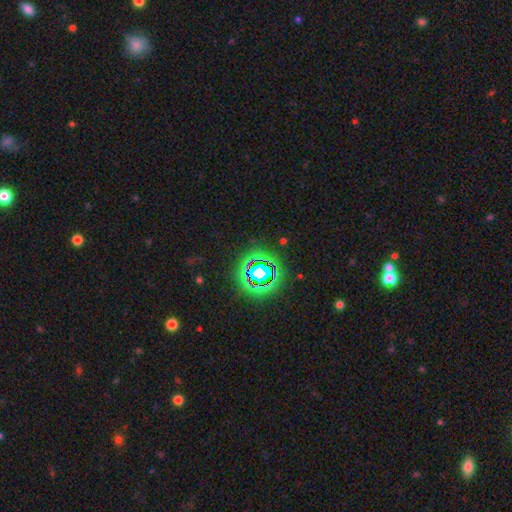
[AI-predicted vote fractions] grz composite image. It shows a star or artifact, not a galaxy (78%).